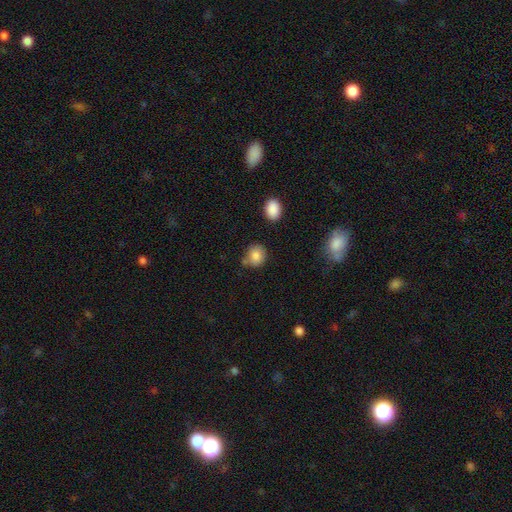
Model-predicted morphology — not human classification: Overall: smooth (84%). How rounded: round (70%). Merging: none (66%).